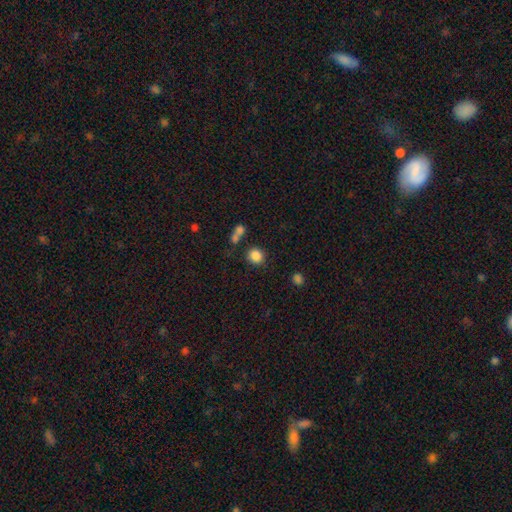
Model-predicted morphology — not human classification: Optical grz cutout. It shows a smooth galaxy with no disk features (85%) that is round (84%). Merging: none (75%).